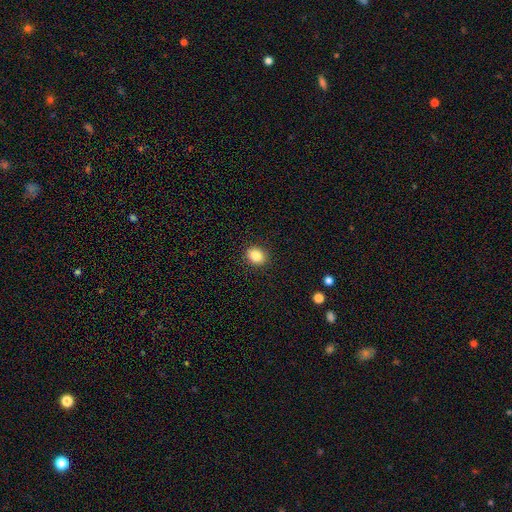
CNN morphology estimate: This is clearly a smooth galaxy (86%). How rounded: possibly round (54%). Merging: clearly none (91%).